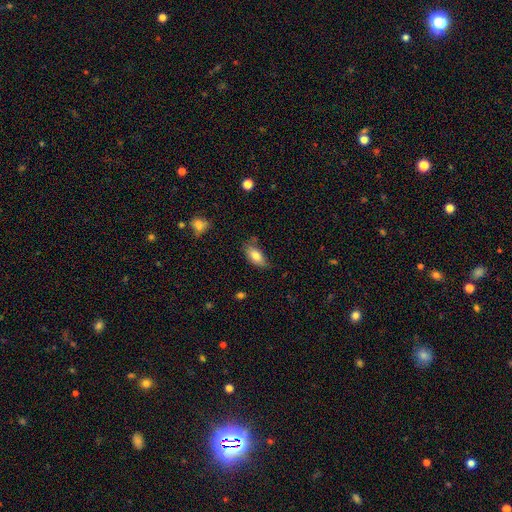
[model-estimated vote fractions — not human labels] This is likely a smooth galaxy (79%). How rounded: clearly in between (88%). Merging: likely none (67%).